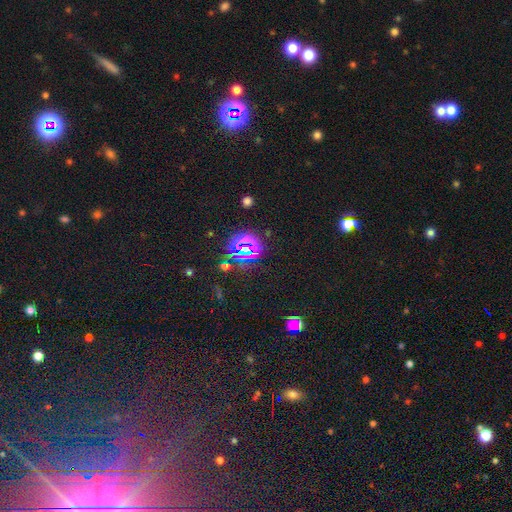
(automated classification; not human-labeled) This appears to be a star or artifact, not a galaxy (70%).